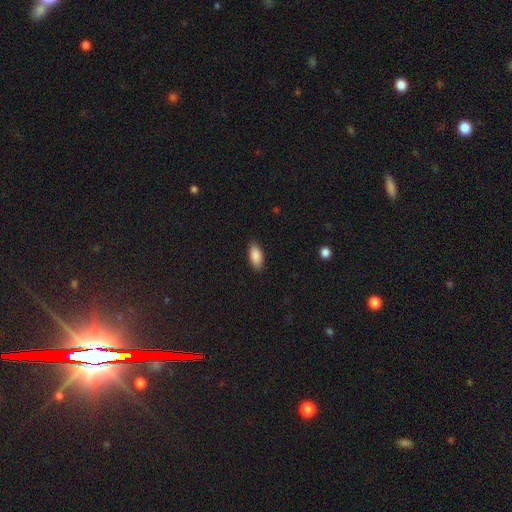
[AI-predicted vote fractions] The model was most divided on "merging": none: 87%, minor disturbance: 9%, major disturbance: 2%, merger: 1%. More confident: how rounded — in between (90%); smooth or featured — smooth (89%).